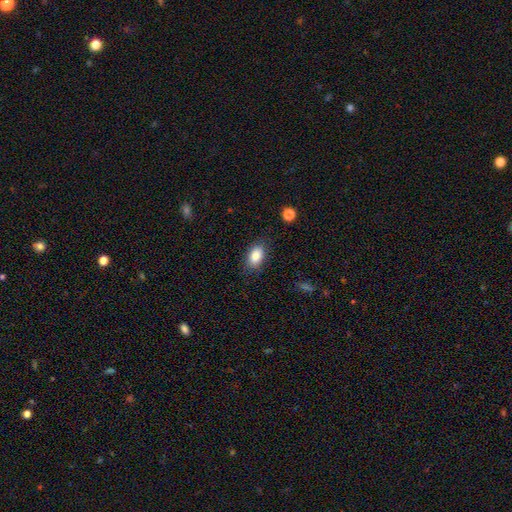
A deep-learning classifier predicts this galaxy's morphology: A smooth galaxy with no disk features (85%) that is in between round and cigar-shaped (90%).

Vote fractions:
- Smooth or featured? smooth: 85% / star or artifact: 8% / featured or disk: 7%
- How rounded? in between: 90% / round: 8% / cigar-shaped: 2%
- Merging? none: 82% / minor disturbance: 13% / major disturbance: 3% / merger: 1%